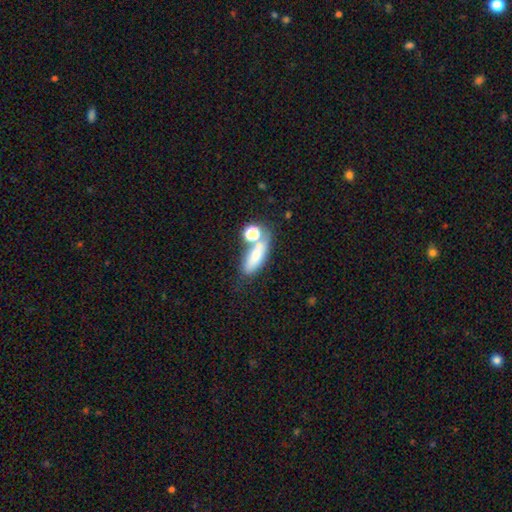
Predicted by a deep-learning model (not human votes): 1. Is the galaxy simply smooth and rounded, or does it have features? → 72% smooth, 17% featured or disk, 12% star or artifact.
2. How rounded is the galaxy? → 60% in between, 29% cigar-shaped, 11% round.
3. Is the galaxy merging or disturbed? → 48% none, 29% merger, 15% minor disturbance, 9% major disturbance.